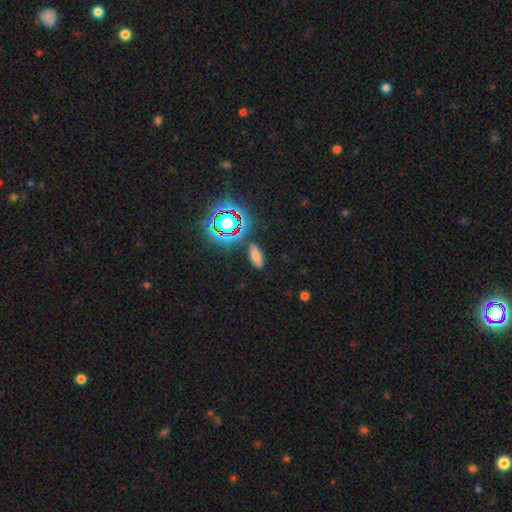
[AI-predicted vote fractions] Smooth or featured? smooth (66%)
How rounded? in between (74%)
Merging? none (84%)